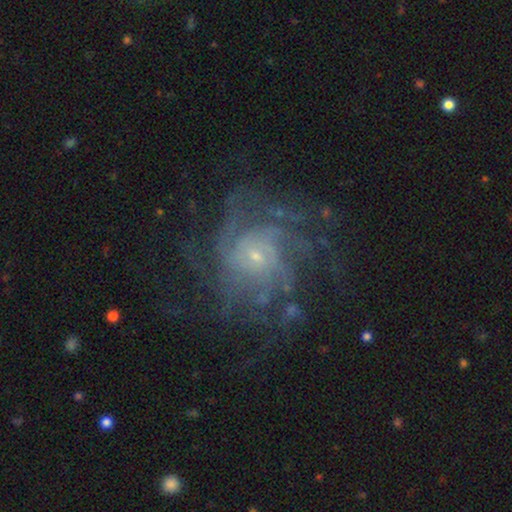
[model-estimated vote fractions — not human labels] Q: Smooth or featured?
A: featured or disk (83%); runner-up: star or artifact (10%)
Q: Edge-on disk?
A: no (98%); runner-up: yes (2%)
Q: Bar?
A: no (74%); runner-up: weak (22%)
Q: Spiral arms?
A: yes (93%); runner-up: no (7%)
Q: Spiral winding?
A: tight (51%); runner-up: medium (36%)
Q: Spiral arm count?
A: can't tell (32%); runner-up: 4 (24%)
Q: Bulge size?
A: small (78%); runner-up: moderate (17%)
Q: Merging?
A: none (67%); runner-up: minor disturbance (16%)